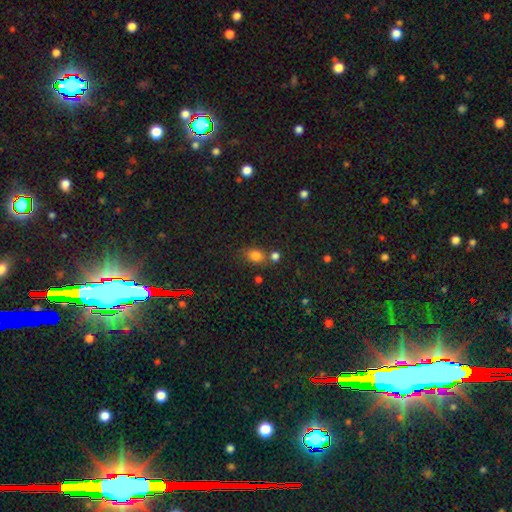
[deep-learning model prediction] A smooth galaxy with no disk features (79%) that is in between round and cigar-shaped (59%).

Vote fractions:
- Smooth or featured? smooth: 79% / star or artifact: 14% / featured or disk: 7%
- How rounded? in between: 59% / round: 39% / cigar-shaped: 2%
- Merging? none: 62% / merger: 20% / minor disturbance: 14% / major disturbance: 5%